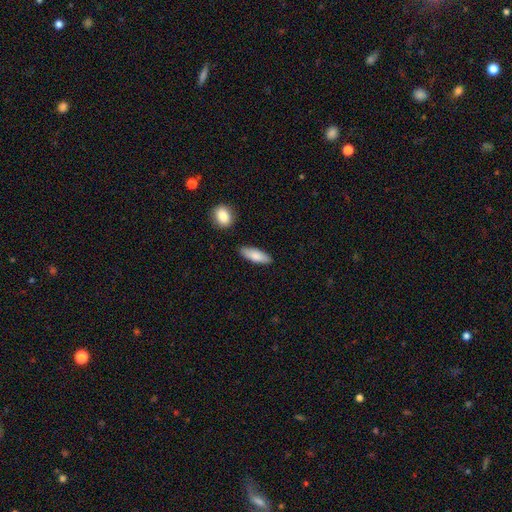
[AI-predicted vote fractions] This appears to be a smooth galaxy with no disk features (84%) that is in between round and cigar-shaped (62%). Merging: none (84%).